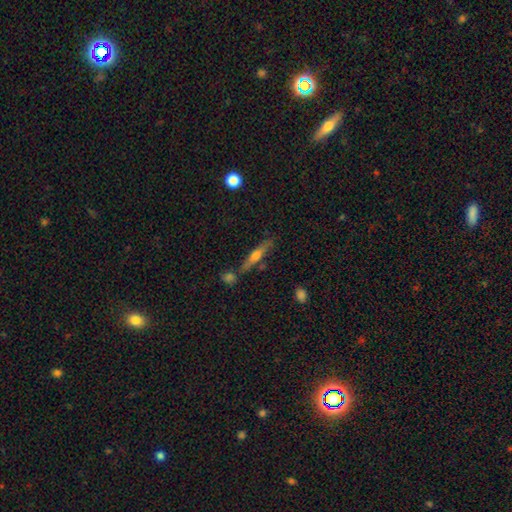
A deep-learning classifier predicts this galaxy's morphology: smooth-or-featured: featured or disk: 50% | smooth: 42% | star or artifact: 7%
  disk-edge-on: yes: 92% | no: 8%
  merging: none: 74% | minor disturbance: 13% | merger: 10% | major disturbance: 3%